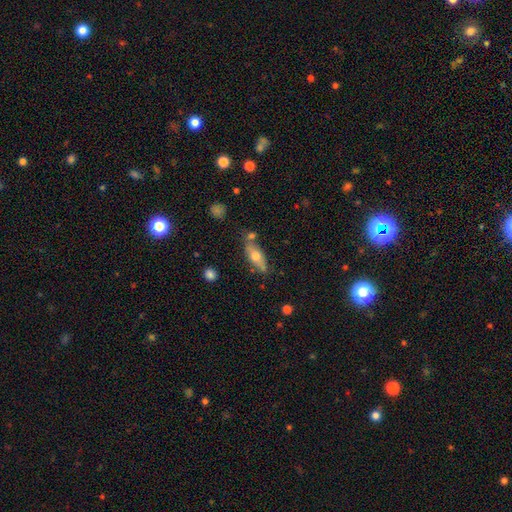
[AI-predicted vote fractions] A smooth galaxy with no disk features (54%) that is in between round and cigar-shaped (60%).

Vote fractions:
- Smooth or featured? smooth: 54% / featured or disk: 39% / star or artifact: 7%
- How rounded? in between: 60% / cigar-shaped: 36% / round: 4%
- Merging? none: 64% / minor disturbance: 18% / merger: 13% / major disturbance: 5%